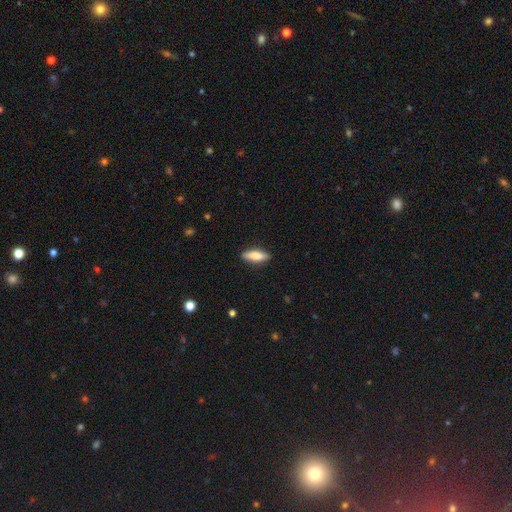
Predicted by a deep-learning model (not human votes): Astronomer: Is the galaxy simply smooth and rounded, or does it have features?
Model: smooth — 72%.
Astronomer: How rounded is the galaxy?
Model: in between — 51% (runner-up: cigar-shaped, 47%).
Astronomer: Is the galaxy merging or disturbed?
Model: none — 88%.